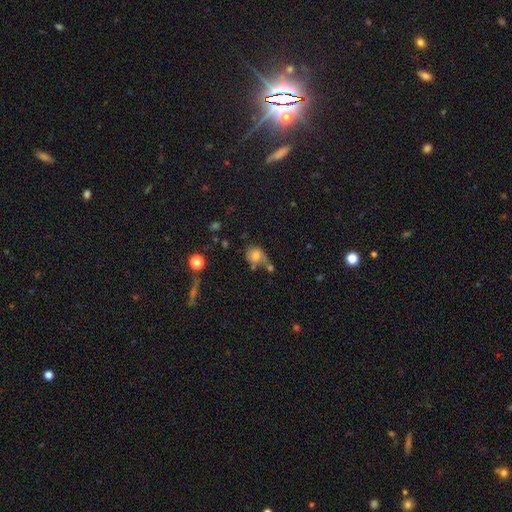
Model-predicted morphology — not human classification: Q: Smooth or featured?
A: smooth (64%); runner-up: featured or disk (22%)
Q: How rounded?
A: round (62%); runner-up: in between (36%)
Q: Merging?
A: none (35%); runner-up: merger (25%)